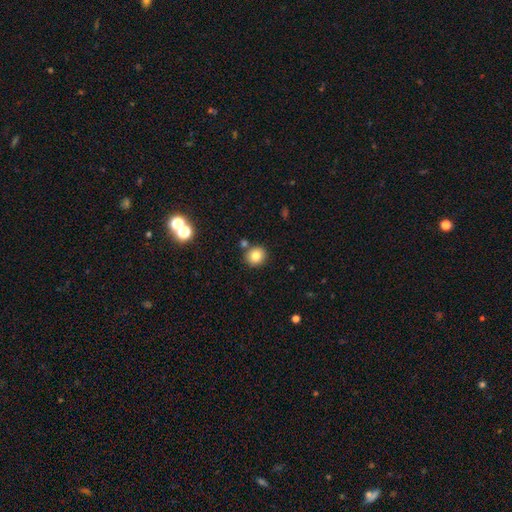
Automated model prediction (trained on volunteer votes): The model was most divided on "smooth or featured": smooth: 80%, star or artifact: 12%, featured or disk: 8%. More confident: how rounded — round (87%); merging — none (81%).